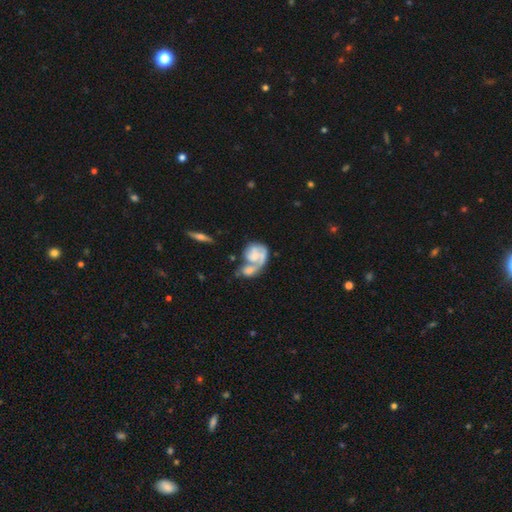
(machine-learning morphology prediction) Overall: featured or disk (63%; smooth 30%). Edge-on disk: no (97%). Bar: no (71%). Spiral arms: yes (71%). Bulge size: none (36%; small 28%). Merging: merger (53%; none 19%).